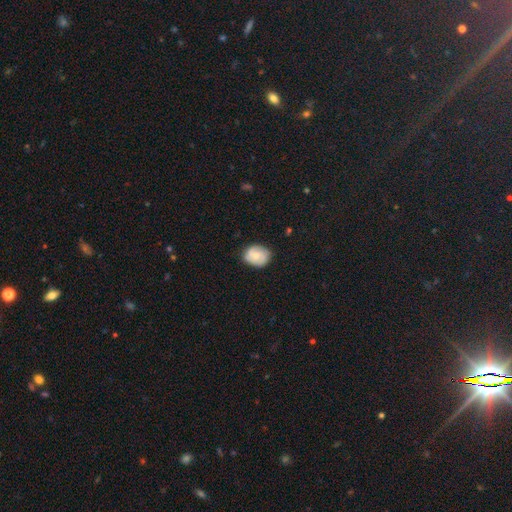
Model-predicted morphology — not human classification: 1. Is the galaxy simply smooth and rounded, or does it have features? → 55% smooth, 37% featured or disk, 8% star or artifact.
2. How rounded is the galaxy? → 55% round, 44% in between, 1% cigar-shaped.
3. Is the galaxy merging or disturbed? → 74% none, 20% minor disturbance, 4% major disturbance, 1% merger.